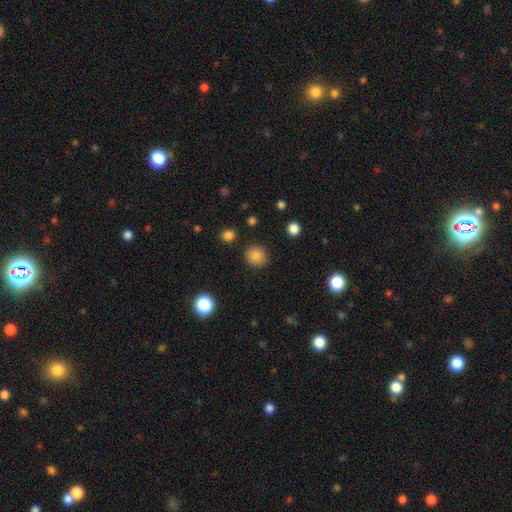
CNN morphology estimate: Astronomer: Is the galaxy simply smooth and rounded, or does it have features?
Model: smooth — 84%.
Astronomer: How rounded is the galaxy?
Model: round — 90%.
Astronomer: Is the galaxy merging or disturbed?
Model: none — 89%.